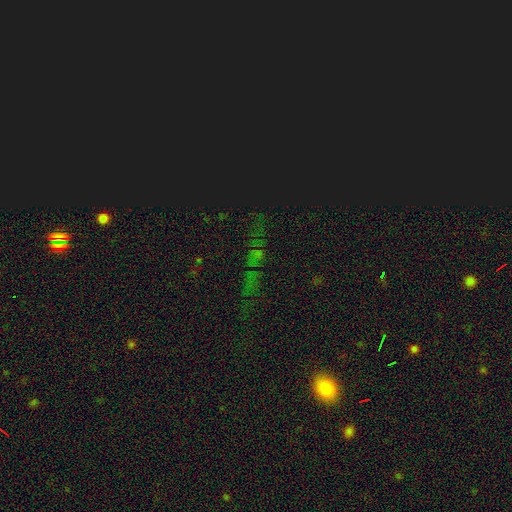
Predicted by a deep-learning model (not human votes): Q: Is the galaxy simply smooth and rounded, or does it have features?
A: star or artifact — 68%.